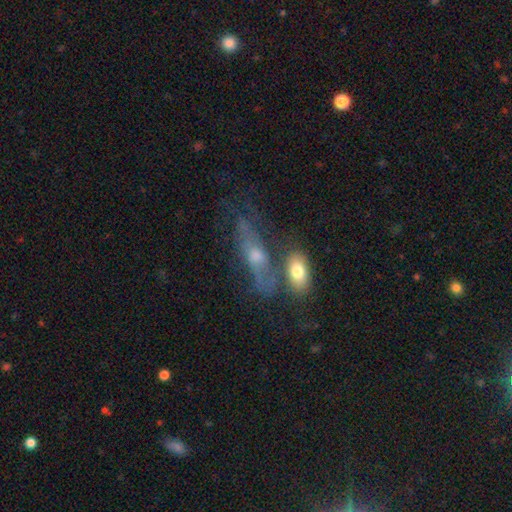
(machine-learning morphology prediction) smooth-or-featured: featured or disk: 52% | smooth: 33% | star or artifact: 15%
  disk-edge-on: yes: 55% | no: 45%
  merging: merger: 45% | none: 38% | minor disturbance: 11% | major disturbance: 7%